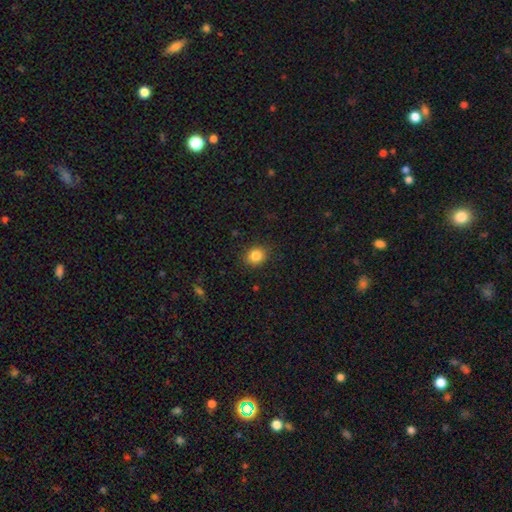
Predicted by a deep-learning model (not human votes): The model was most divided on "how rounded": round: 73%, in between: 26%, cigar-shaped: 1%. More confident: merging — none (87%); smooth or featured — smooth (86%).